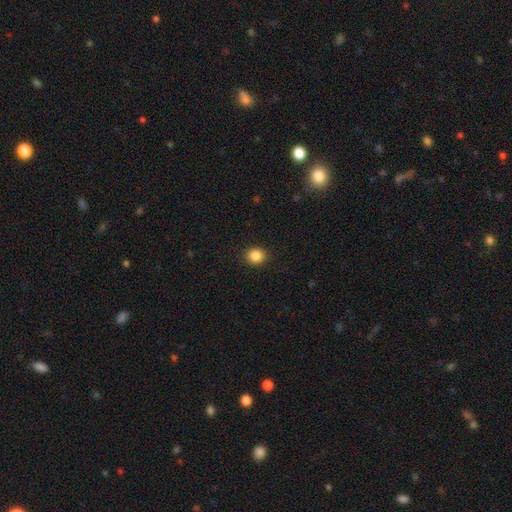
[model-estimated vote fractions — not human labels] Q: Smooth or featured?
A: smooth (86%); runner-up: star or artifact (10%)
Q: How rounded?
A: round (78%); runner-up: in between (21%)
Q: Merging?
A: none (91%); runner-up: minor disturbance (6%)